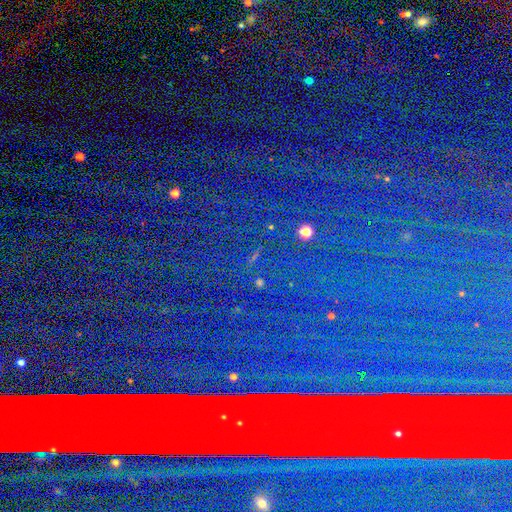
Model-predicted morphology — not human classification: Q: Smooth or featured?
A: star or artifact (81%); runner-up: featured or disk (10%)